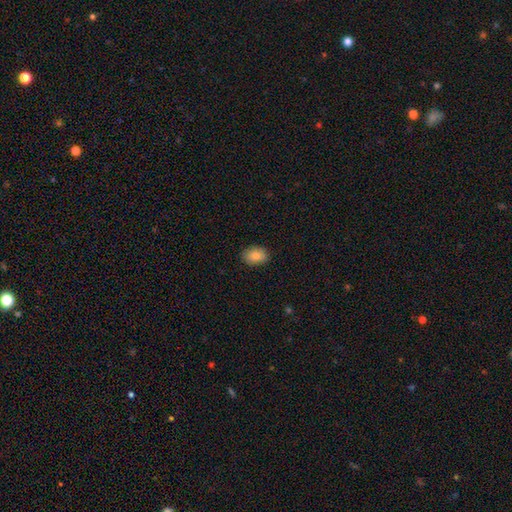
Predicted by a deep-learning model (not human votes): A smooth galaxy with no disk features (87%) that is in between round and cigar-shaped (81%). Merging: none (88%).